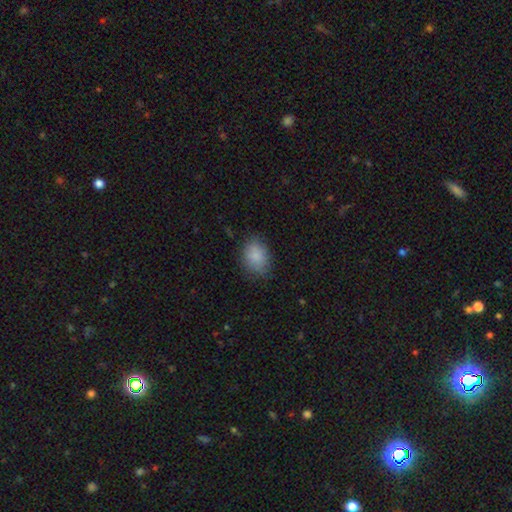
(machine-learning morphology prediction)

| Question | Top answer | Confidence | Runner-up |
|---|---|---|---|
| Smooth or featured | smooth | 86% | star or artifact (8%) |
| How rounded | in between | 66% | round (33%) |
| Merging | none | 77% | minor disturbance (18%) |